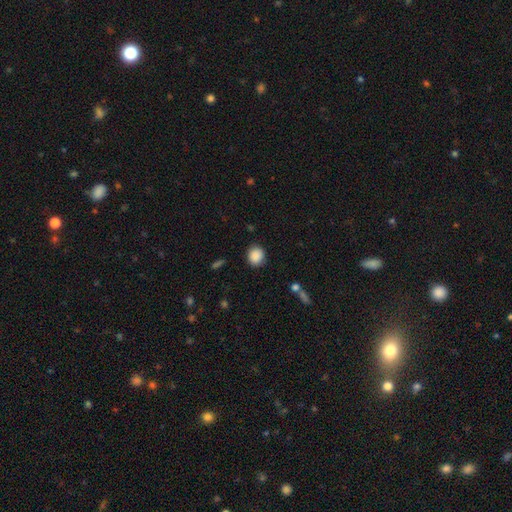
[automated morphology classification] Overall: smooth (89%). How rounded: round (75%). Merging: none (86%).